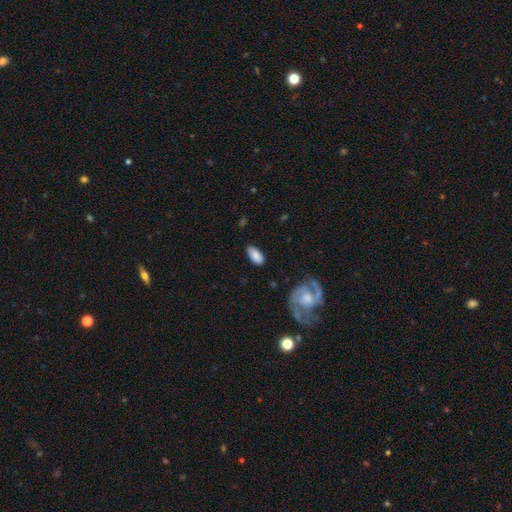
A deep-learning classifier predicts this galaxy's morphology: This is clearly a smooth galaxy (83%). How rounded: clearly in between (93%). Merging: clearly none (81%).